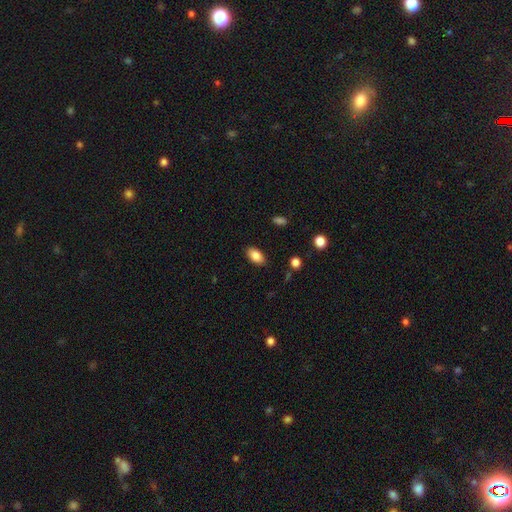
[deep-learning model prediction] The model was most divided on "smooth or featured": smooth: 86%, star or artifact: 8%, featured or disk: 7%. More confident: how rounded — in between (92%); merging — none (87%).